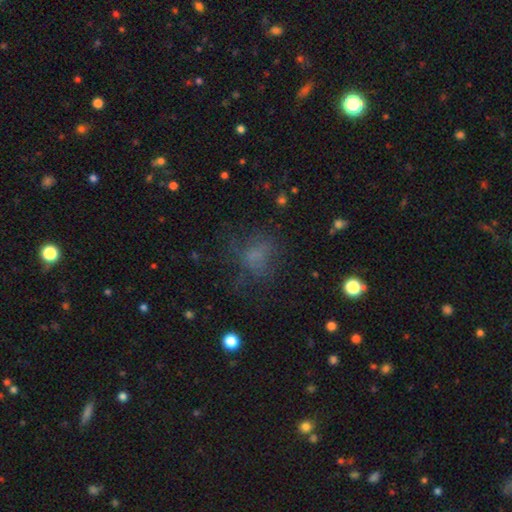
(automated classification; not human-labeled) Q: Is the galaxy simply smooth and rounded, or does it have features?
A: smooth — 54%.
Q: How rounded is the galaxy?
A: round — 55%.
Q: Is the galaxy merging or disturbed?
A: none — 52%.